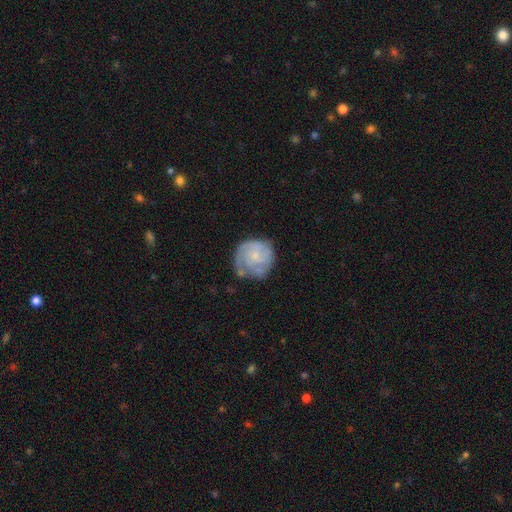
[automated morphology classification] type=featured or disk (71%); edge-on=no (98%); bar=no (72%); spiral arms=yes (90%); winding=tight (60%); arm count=can't tell (31%); bulge=small (61%); merging=none (62%).